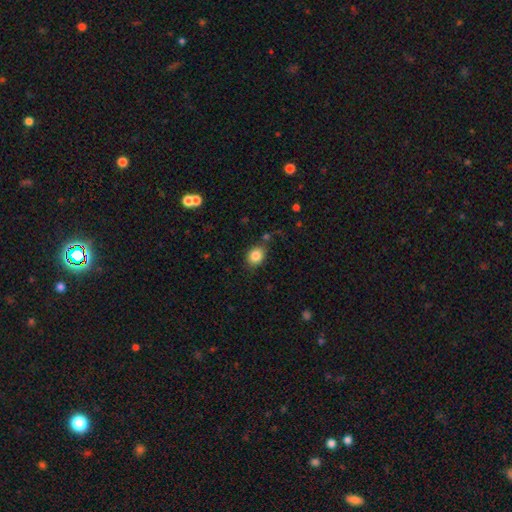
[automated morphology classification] The model was most divided on "how rounded": round: 51%, in between: 49%, cigar-shaped: 1%. More confident: smooth or featured — smooth (85%); merging — none (80%).